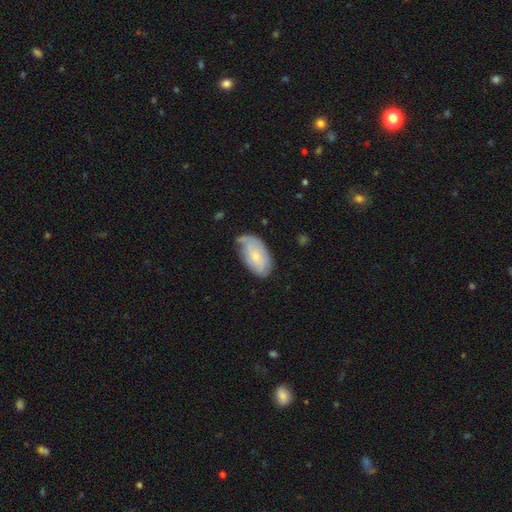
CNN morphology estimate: This is possibly a smooth galaxy (59%). How rounded: clearly in between (94%). Merging: possibly none (52%).